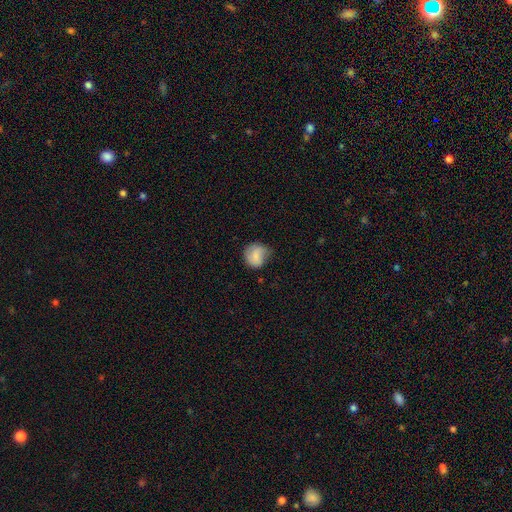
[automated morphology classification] Overall: smooth (78%). How rounded: round (80%). Merging: none (56%; minor disturbance 33%).